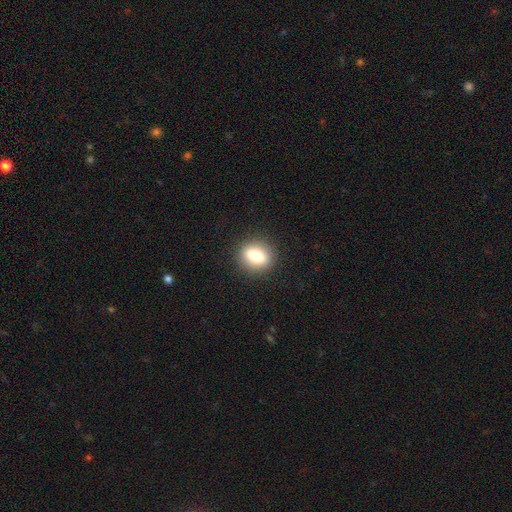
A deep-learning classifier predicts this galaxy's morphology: Q: Smooth or featured?
A: smooth (78%); runner-up: featured or disk (13%)
Q: How rounded?
A: round (58%); runner-up: in between (40%)
Q: Merging?
A: none (89%); runner-up: minor disturbance (7%)